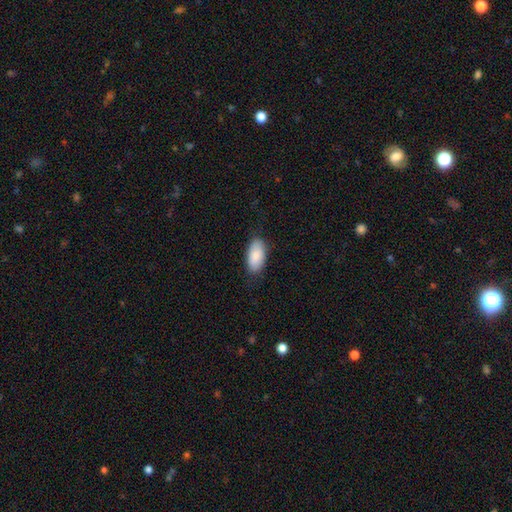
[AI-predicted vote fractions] smooth_or_featured: smooth (p=0.87) [alt: featured or disk p=0.07]
how_rounded: in between (p=0.95) [alt: cigar-shaped p=0.03]
merging: none (p=0.82) [alt: minor disturbance p=0.14]